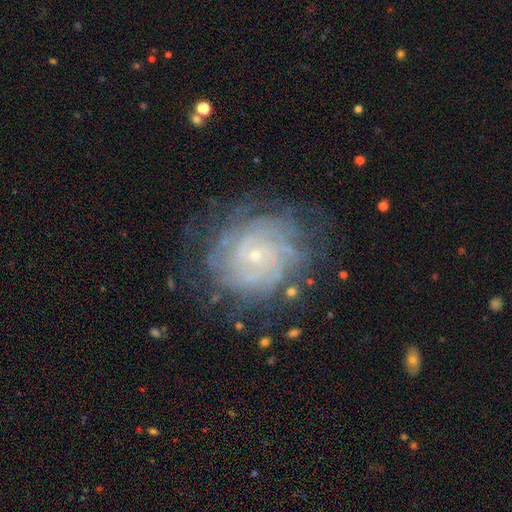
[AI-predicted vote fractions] A featured or disk galaxy (83%) with no bar (77%), tight (78%) spiral arms (95%) and a small central bulge (84%). Merging: none (71%).